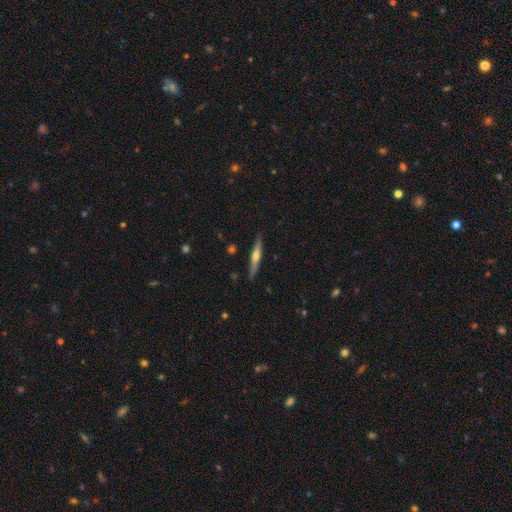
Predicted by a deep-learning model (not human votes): This appears to be a featured or disk galaxy (57%) viewed edge-on (96%) with a rounded central bulge (78%). Merging: none (87%).